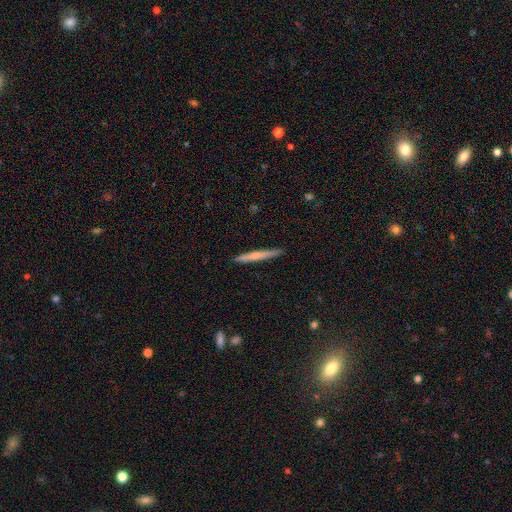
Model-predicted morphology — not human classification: Smooth or featured?
  - smooth: 58% *
  - featured or disk: 36%
  - star or artifact: 6%
How rounded?
  - cigar-shaped: 96% *
  - in between: 2%
  - round: 1%
Merging?
  - none: 90% *
  - minor disturbance: 7%
  - major disturbance: 1%
  - merger: 1%